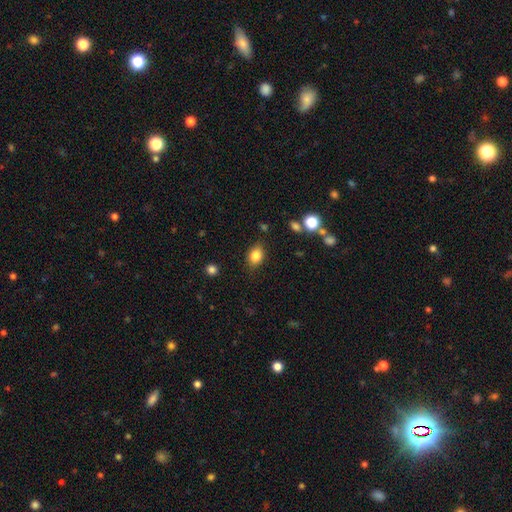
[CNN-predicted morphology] This is clearly a smooth galaxy (83%). How rounded: likely in between (70%). Merging: clearly none (81%).